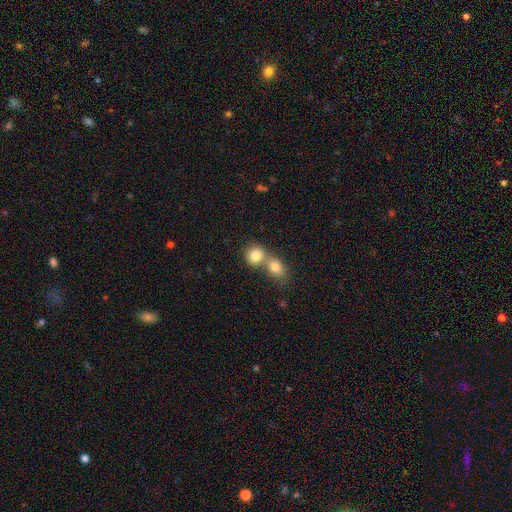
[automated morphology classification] Smooth or featured?
  - smooth: 80% *
  - featured or disk: 10%
  - star or artifact: 10%
How rounded?
  - round: 78% *
  - in between: 21%
  - cigar-shaped: 1%
Merging?
  - merger: 59% *
  - none: 33%
  - minor disturbance: 5%
  - major disturbance: 2%